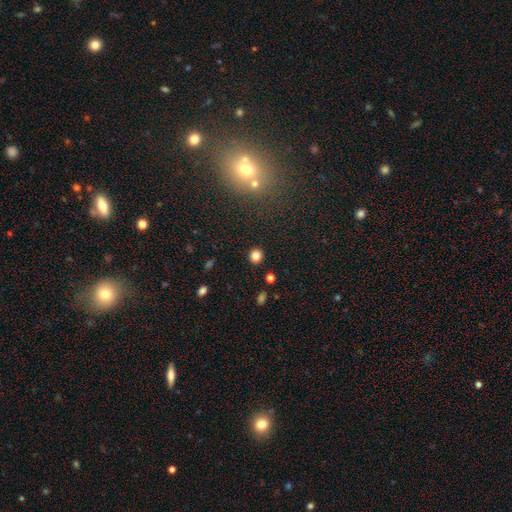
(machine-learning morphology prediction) Smooth or featured: smooth — 83% (star or artifact — 12%)
How rounded: round — 91% (in between — 8%)
Merging: none — 91% (minor disturbance — 5%)